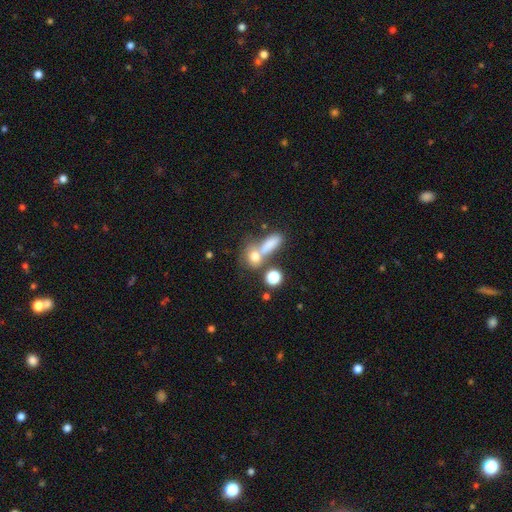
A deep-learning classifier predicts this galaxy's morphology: A smooth galaxy with no disk features (70%) that is round (44%).

Vote fractions:
- Smooth or featured? smooth: 70% / featured or disk: 16% / star or artifact: 14%
- How rounded? round: 44% / in between: 42% / cigar-shaped: 13%
- Merging? merger: 42% / none: 38% / minor disturbance: 11% / major disturbance: 9%